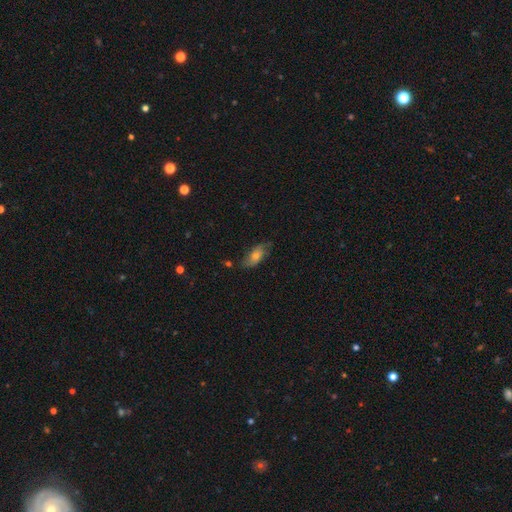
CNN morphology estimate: The model was most divided on "smooth or featured": smooth: 45%, featured or disk: 44%, star or artifact: 11%. More confident: merging — none (68%).